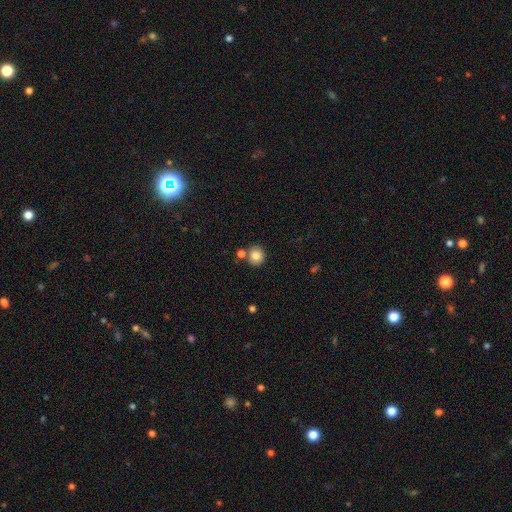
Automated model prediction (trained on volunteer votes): This is clearly a smooth galaxy (83%). How rounded: clearly round (89%). Merging: likely none (74%).